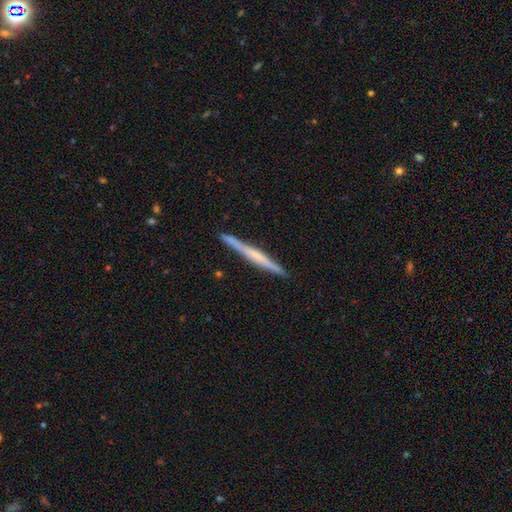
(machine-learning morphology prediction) Smooth or featured?
  - featured or disk: 61% *
  - smooth: 33%
  - star or artifact: 6%
Edge-on disk?
  - yes: 98% *
  - no: 2%
Edge-on bulge?
  - none: 54% *
  - rounded: 30%
  - boxy: 16%
Merging?
  - none: 89% *
  - minor disturbance: 8%
  - merger: 1%
  - major disturbance: 1%